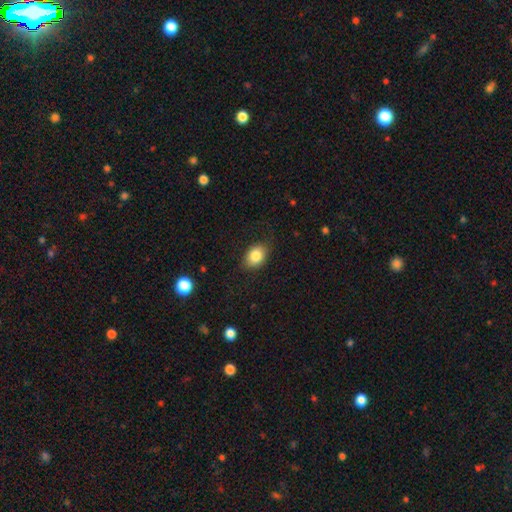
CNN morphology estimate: smooth-or-featured: smooth: 84% | star or artifact: 8% | featured or disk: 7%
  how-rounded: in between: 69% | round: 29% | cigar-shaped: 1%
  merging: none: 79% | minor disturbance: 16% | major disturbance: 4% | merger: 1%